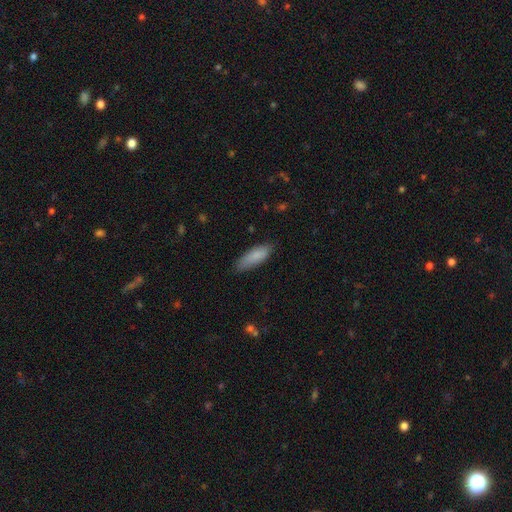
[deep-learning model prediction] Smooth or featured? smooth (87%)
How rounded? in between (62%)
Merging? none (78%)